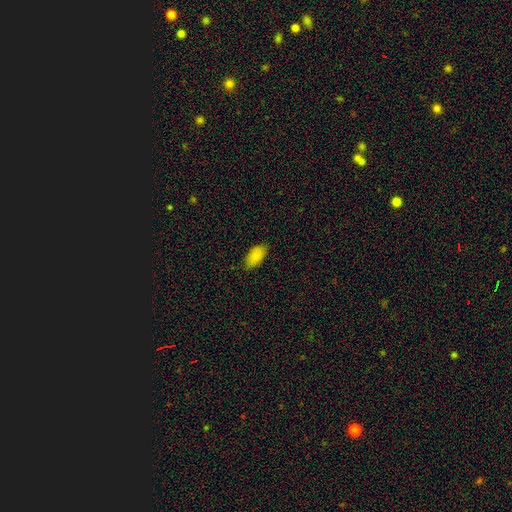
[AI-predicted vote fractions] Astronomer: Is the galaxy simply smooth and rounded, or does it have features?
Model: smooth — 88%.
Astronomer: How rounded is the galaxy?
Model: in between — 94%.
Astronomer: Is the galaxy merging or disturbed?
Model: none — 81%.